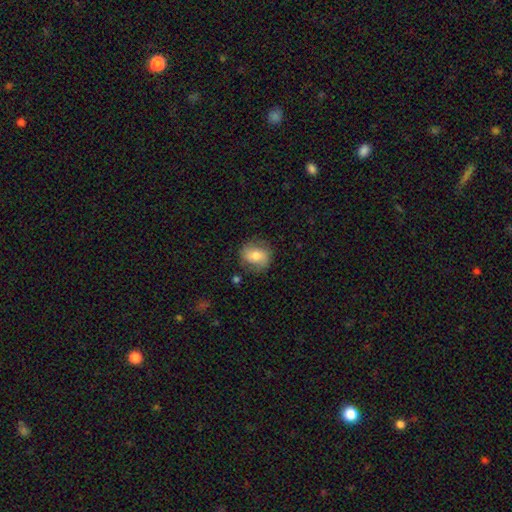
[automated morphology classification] Smooth or featured?
  - smooth: 66% *
  - featured or disk: 27%
  - star or artifact: 8%
How rounded?
  - round: 60% *
  - in between: 39%
  - cigar-shaped: 1%
Merging?
  - none: 75% *
  - minor disturbance: 17%
  - major disturbance: 6%
  - merger: 2%